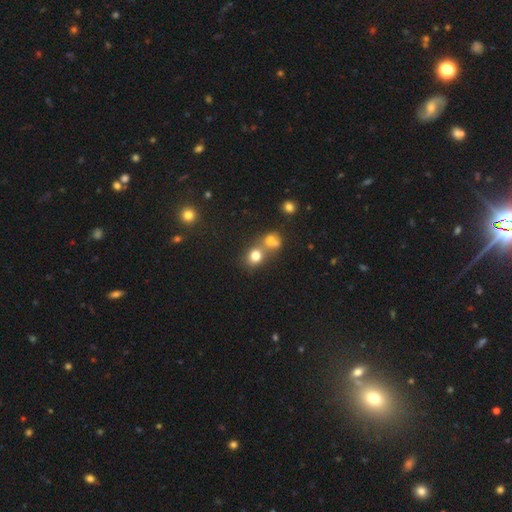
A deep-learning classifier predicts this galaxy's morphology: Smooth or featured?
  - smooth: 76% *
  - star or artifact: 15%
  - featured or disk: 9%
How rounded?
  - round: 73% *
  - in between: 26%
  - cigar-shaped: 1%
Merging?
  - merger: 45% *
  - none: 43%
  - minor disturbance: 8%
  - major disturbance: 4%